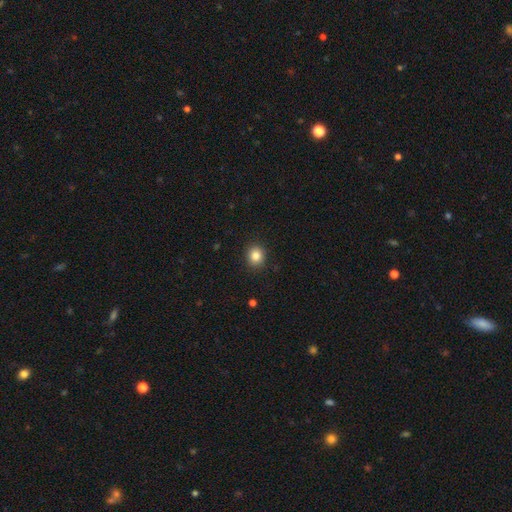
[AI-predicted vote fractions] The model was most divided on "how rounded": round: 77%, in between: 22%, cigar-shaped: 1%. More confident: merging — none (91%); smooth or featured — smooth (85%).